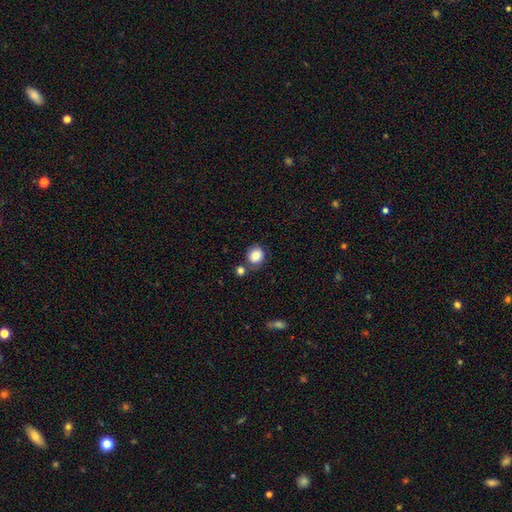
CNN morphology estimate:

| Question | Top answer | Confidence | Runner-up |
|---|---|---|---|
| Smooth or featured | smooth | 85% | star or artifact (9%) |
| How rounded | round | 78% | in between (21%) |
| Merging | none | 65% | merger (17%) |